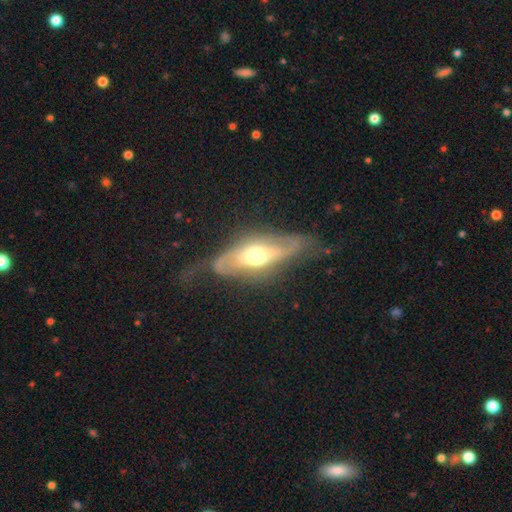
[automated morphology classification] featured or disk 72%, smooth 23%, star or artifact 6%. Down the decision tree: edge-on disk — no (74%); bar — no (56%); spiral arms — yes (72%); bulge size — moderate (69%); merging — none (51%).